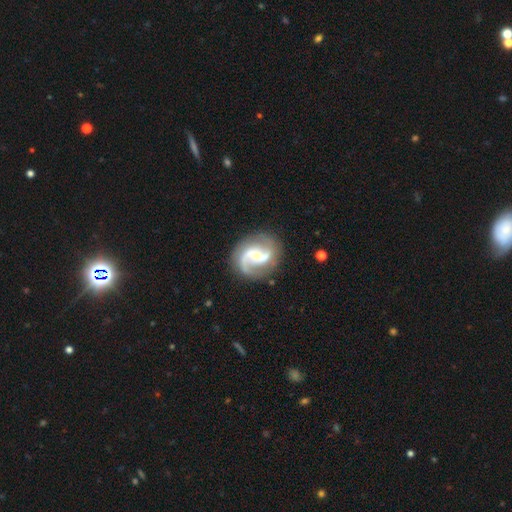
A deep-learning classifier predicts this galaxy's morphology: featured or disk 83%, smooth 11%, star or artifact 6%. Down the decision tree: edge-on disk — no (98%); bar — weak (43%); spiral arms — yes (95%); spiral arm count — 2 (73%); spiral winding — medium (46%); bulge size — none (30%, tied with small); merging — none (66%).